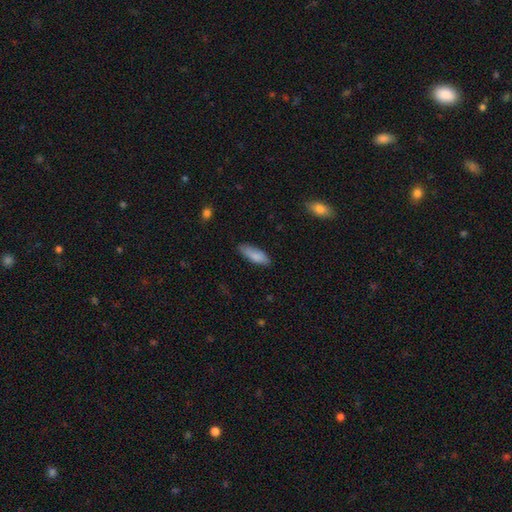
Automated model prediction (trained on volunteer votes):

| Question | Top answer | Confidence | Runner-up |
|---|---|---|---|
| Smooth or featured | smooth | 85% | featured or disk (9%) |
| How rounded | in between | 62% | cigar-shaped (36%) |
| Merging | none | 79% | minor disturbance (17%) |